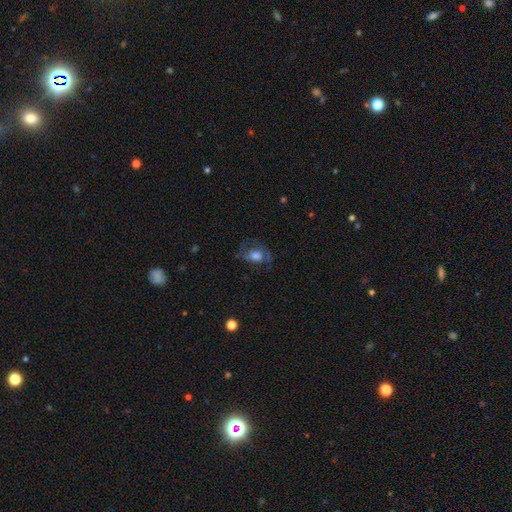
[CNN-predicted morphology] The model was most divided on "smooth or featured": smooth: 49%, featured or disk: 40%, star or artifact: 11%. More confident: merging — none (58%).